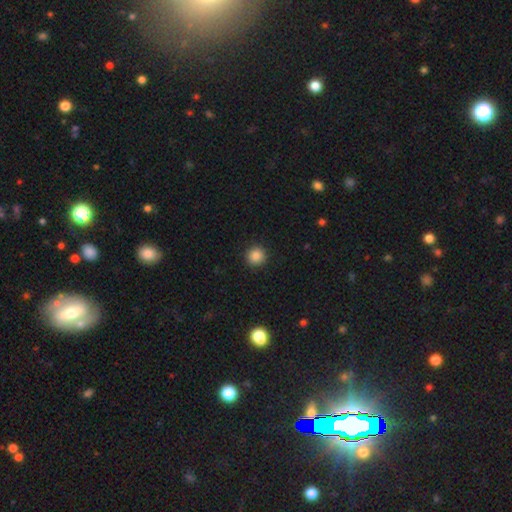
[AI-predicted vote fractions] smooth 86%, star or artifact 10%, featured or disk 3%. Down the decision tree: how rounded — round (95%); merging — none (92%).